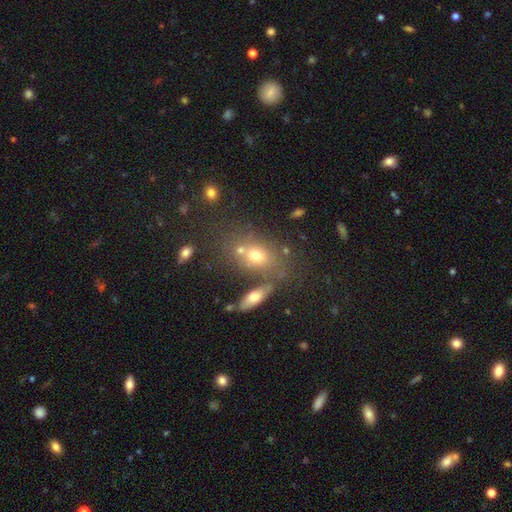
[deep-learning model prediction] Smooth or featured?
  - smooth: 65% *
  - featured or disk: 19%
  - star or artifact: 15%
How rounded?
  - in between: 63% *
  - round: 34%
  - cigar-shaped: 4%
Merging?
  - none: 53% *
  - merger: 27%
  - minor disturbance: 13%
  - major disturbance: 7%